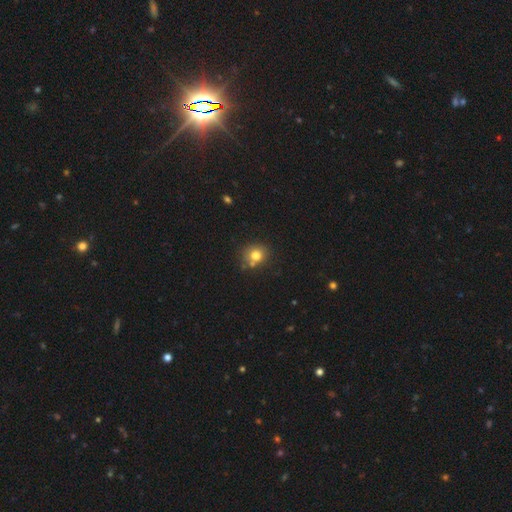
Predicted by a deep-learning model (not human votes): smooth_or_featured: smooth (p=0.76) [alt: star or artifact p=0.13]
how_rounded: round (p=0.79) [alt: in between p=0.20]
merging: none (p=0.68) [alt: merger p=0.15]